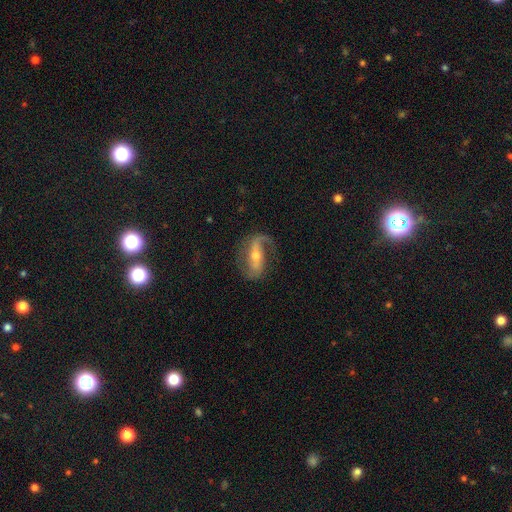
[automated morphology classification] This is clearly a featured or disk galaxy (84%). It is clearly not viewed edge-on (94%). Bar: possibly strong (50%). Spiral arm pattern: clearly yes (94%). Spiral arm count: likely 2 (72%). Spiral winding: marginally loose (44%). Central bulge: possibly moderate (56%). Merging: likely none (66%).